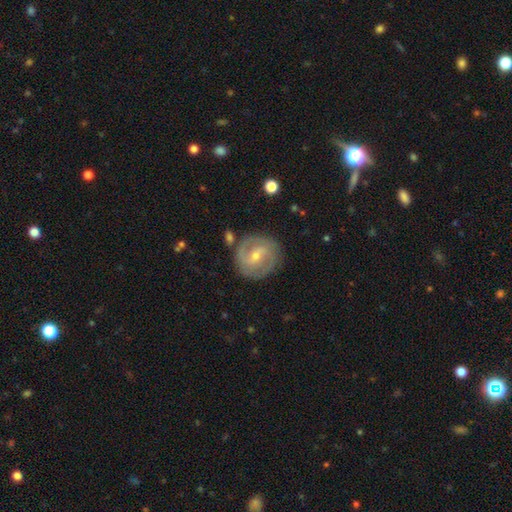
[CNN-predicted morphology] Smooth or featured?
  - featured or disk: 80% *
  - smooth: 14%
  - star or artifact: 6%
Edge-on disk?
  - no: 97% *
  - yes: 3%
Bar?
  - weak: 49% *
  - no: 29%
  - strong: 22%
Spiral arms?
  - yes: 92% *
  - no: 8%
Spiral winding?
  - tight: 47% *
  - medium: 42%
  - loose: 12%
Spiral arm count?
  - 2: 80% *
  - can't tell: 10%
  - 3: 5%
  - 1: 2%
  - 4: 2%
  - more than 4: 2%
Bulge size?
  - small: 62% *
  - moderate: 35%
  - none: 1%
  - large: 1%
  - dominant: 1%
Merging?
  - none: 81% *
  - minor disturbance: 12%
  - major disturbance: 4%
  - merger: 3%